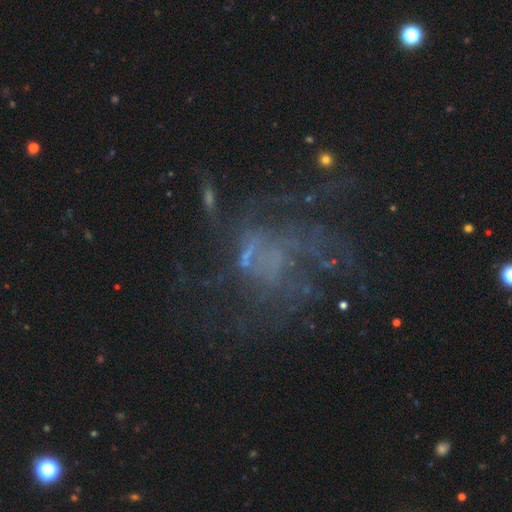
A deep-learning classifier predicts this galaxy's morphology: featured or disk 67%, star or artifact 22%, smooth 12%. Down the decision tree: edge-on disk — no (98%); bar — no (75%); spiral arms — yes (60%); bulge size — none (60%); merging — none (45%).